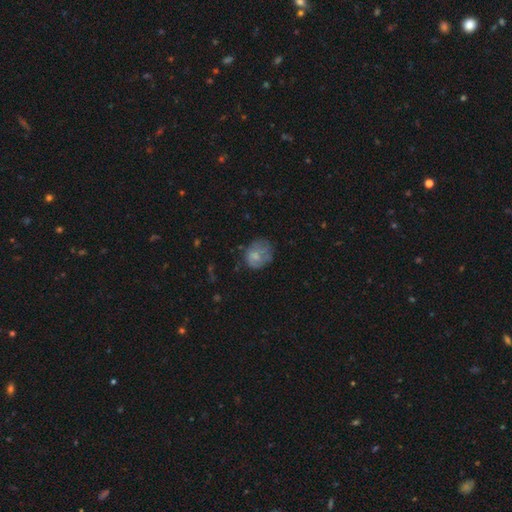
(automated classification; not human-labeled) A smooth galaxy with no disk features (65%) that is round (62%).

Vote fractions:
- Smooth or featured? smooth: 65% / featured or disk: 26% / star or artifact: 9%
- How rounded? round: 62% / in between: 37% / cigar-shaped: 1%
- Merging? none: 49% / minor disturbance: 29% / major disturbance: 20% / merger: 3%